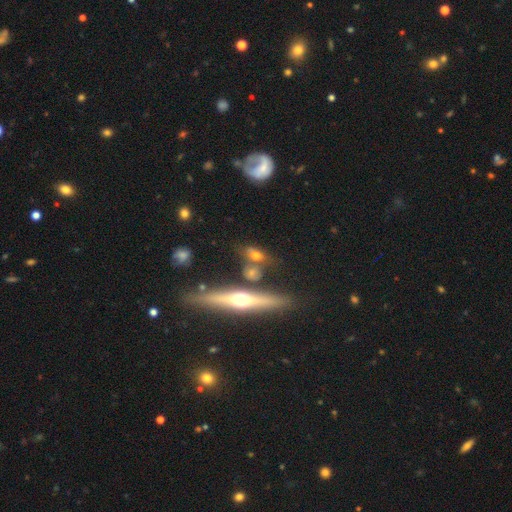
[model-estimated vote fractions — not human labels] Smooth or featured? Predicted: smooth (p=0.51). How rounded? Predicted: in between (p=0.47). Merging? Predicted: none (p=0.64).